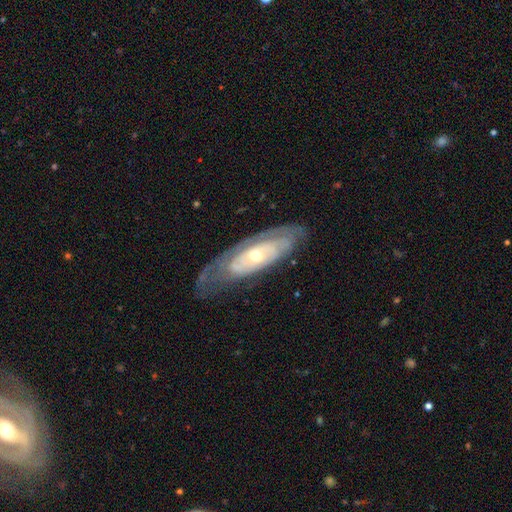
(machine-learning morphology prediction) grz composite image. It shows a featured or disk galaxy (77%) with no bar (80%), spiral arms (72%) and a moderate central bulge (54%). Merging: none (60%).